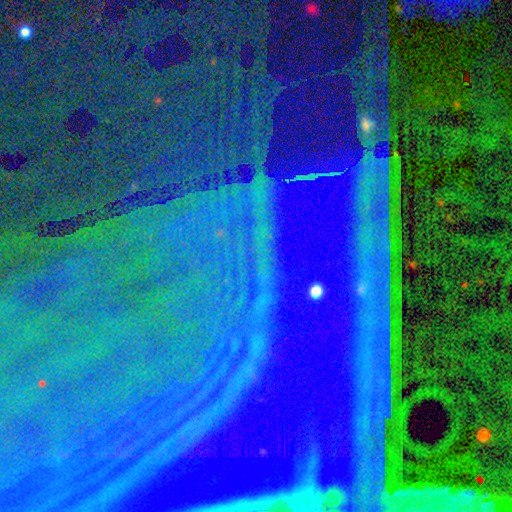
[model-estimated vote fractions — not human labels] Q: Smooth or featured?
A: star or artifact (87%); runner-up: featured or disk (7%)